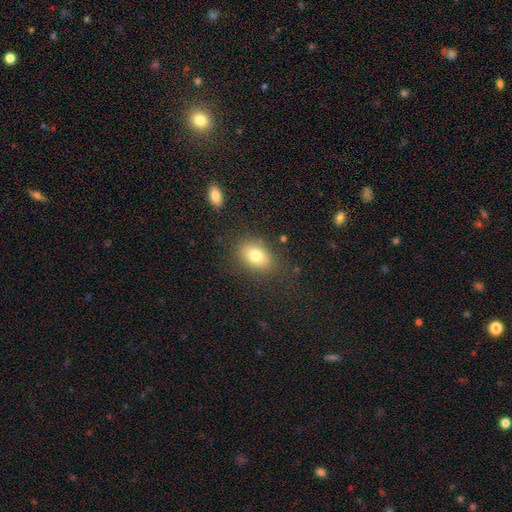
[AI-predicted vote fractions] This appears to be a smooth galaxy with no disk features (79%) that is in between round and cigar-shaped (79%). Merging: none (80%).